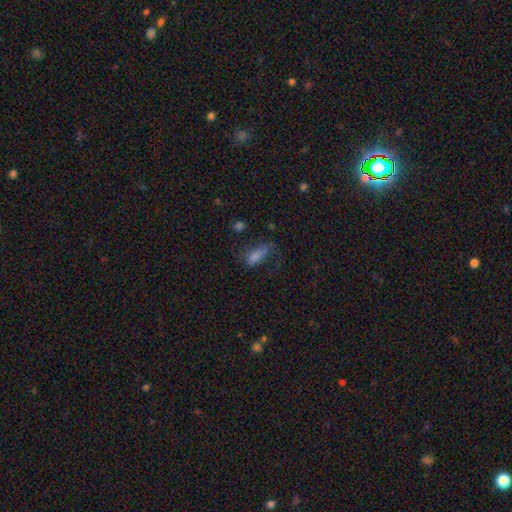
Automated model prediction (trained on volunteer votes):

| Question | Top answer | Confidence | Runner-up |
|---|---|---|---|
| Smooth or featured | smooth | 62% | featured or disk (20%) |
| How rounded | in between | 61% | cigar-shaped (34%) |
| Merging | none | 45% | major disturbance (26%) |